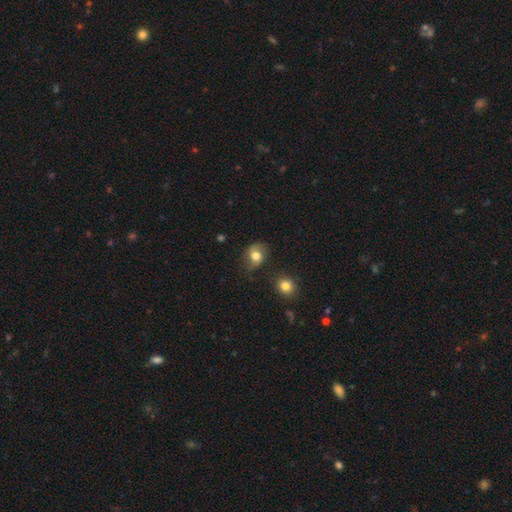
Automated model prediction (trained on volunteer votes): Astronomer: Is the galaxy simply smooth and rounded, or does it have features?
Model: smooth — 71%.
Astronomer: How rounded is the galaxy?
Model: round — 52% (runner-up: in between, 47%).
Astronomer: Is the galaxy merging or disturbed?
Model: none — 64%.